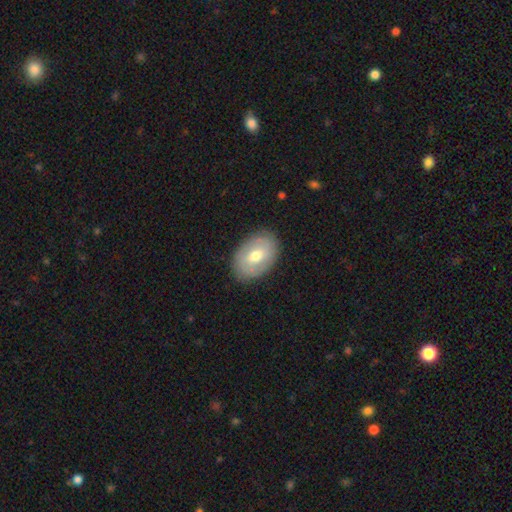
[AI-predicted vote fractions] Overall: smooth (54%; featured or disk 39%). How rounded: in between (83%). Merging: none (85%).